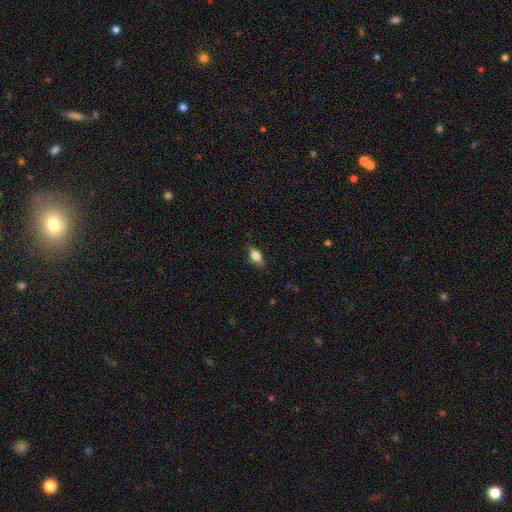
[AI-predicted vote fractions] Smooth or featured?
  - smooth: 63% *
  - featured or disk: 29%
  - star or artifact: 8%
How rounded?
  - in between: 72% *
  - cigar-shaped: 22%
  - round: 6%
Merging?
  - none: 80% *
  - minor disturbance: 15%
  - major disturbance: 4%
  - merger: 1%